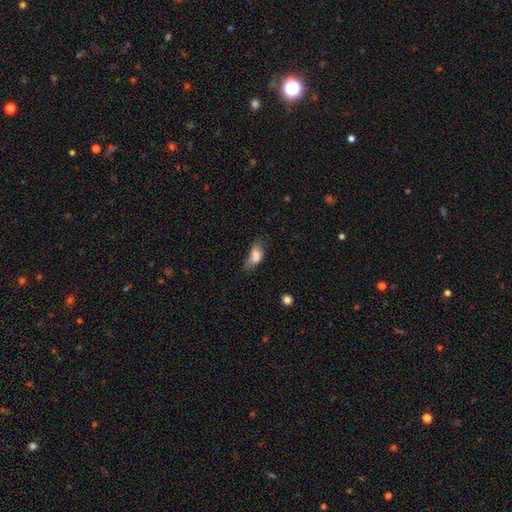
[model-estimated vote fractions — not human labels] Smooth or featured? Predicted: smooth (p=0.71). How rounded? Predicted: in between (p=0.84). Merging? Predicted: minor disturbance (p=0.28).